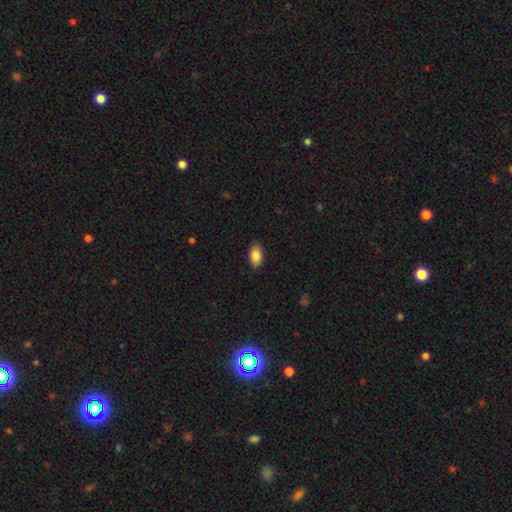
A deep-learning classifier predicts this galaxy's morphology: smooth-or-featured: smooth: 86% | star or artifact: 7% | featured or disk: 7%
  how-rounded: in between: 93% | round: 5% | cigar-shaped: 2%
  merging: none: 87% | minor disturbance: 10% | major disturbance: 2% | merger: 1%